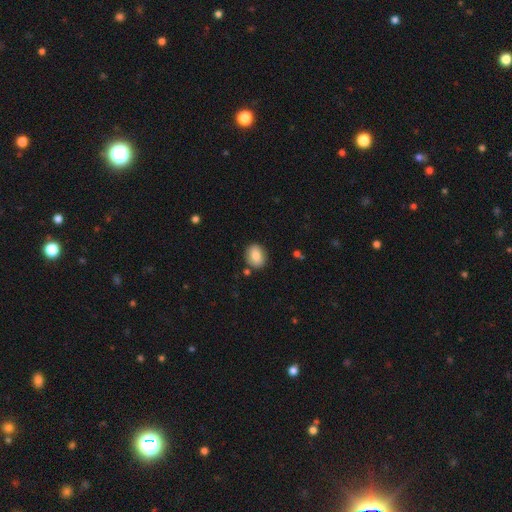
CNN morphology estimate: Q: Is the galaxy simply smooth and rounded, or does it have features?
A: smooth — 84%.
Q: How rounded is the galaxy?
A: in between — 59%.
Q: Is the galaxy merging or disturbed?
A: none — 85%.